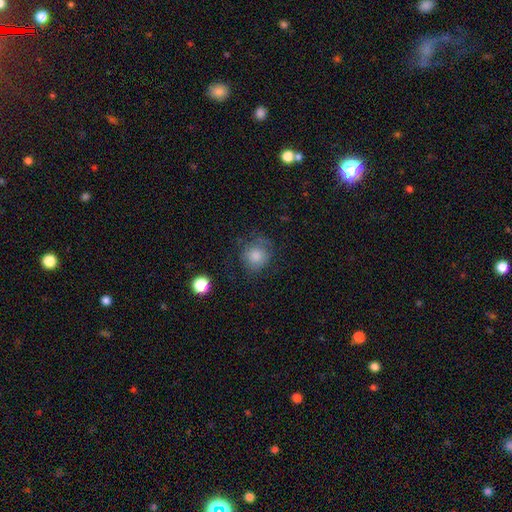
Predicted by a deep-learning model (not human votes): Morphology: type=smooth (73%); roundness=round (86%); merging=none (67%).